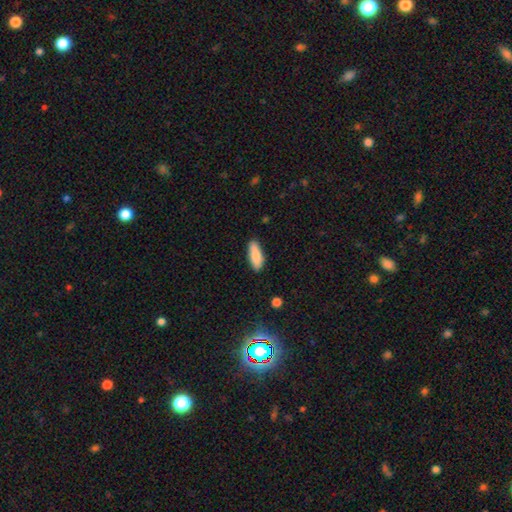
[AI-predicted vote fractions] smooth_or_featured: smooth (p=0.84) [alt: featured or disk p=0.10]
how_rounded: in between (p=0.63) [alt: cigar-shaped p=0.35]
merging: none (p=0.86) [alt: minor disturbance p=0.11]